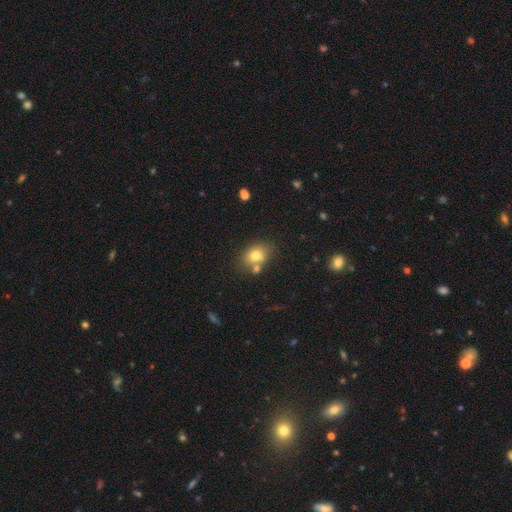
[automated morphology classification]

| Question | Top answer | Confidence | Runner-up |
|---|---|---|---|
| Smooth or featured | smooth | 75% | featured or disk (14%) |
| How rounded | in between | 64% | round (35%) |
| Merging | none | 64% | merger (19%) |